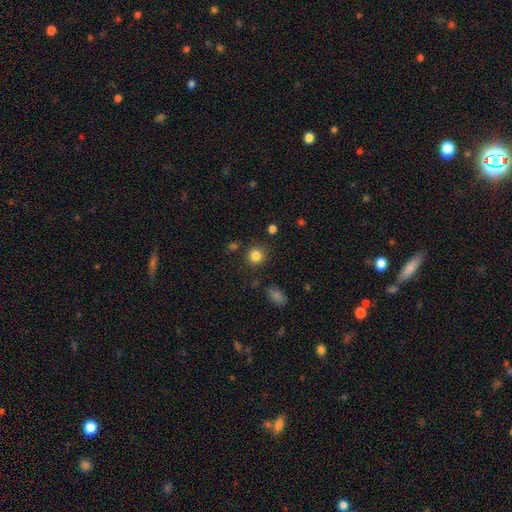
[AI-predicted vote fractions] Smooth or featured? Predicted: smooth (p=0.84). How rounded? Predicted: round (p=0.89). Merging? Predicted: none (p=0.86).